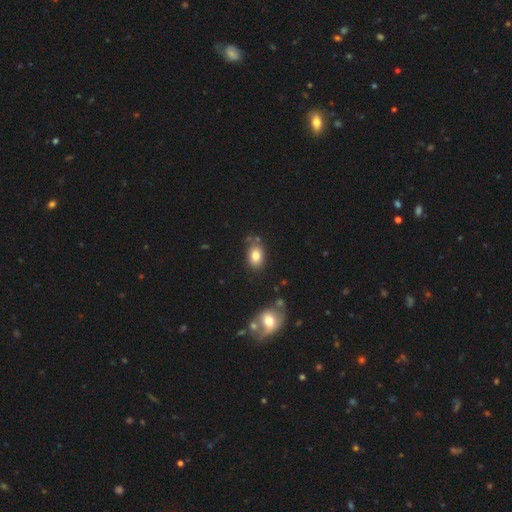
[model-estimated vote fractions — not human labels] This is clearly a smooth galaxy (81%). How rounded: likely in between (77%). Merging: likely none (73%).